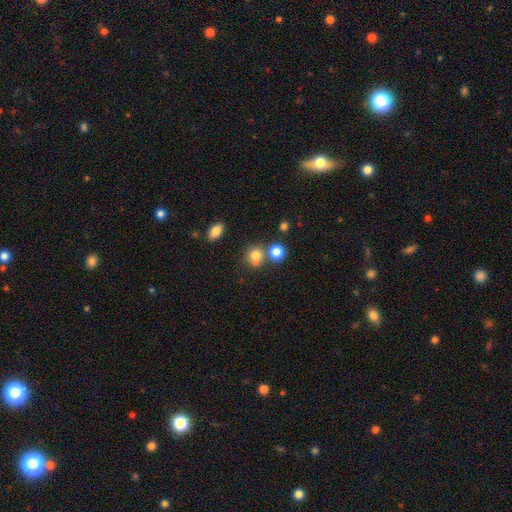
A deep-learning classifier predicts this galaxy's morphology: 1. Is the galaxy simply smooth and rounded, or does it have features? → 78% smooth, 13% star or artifact, 9% featured or disk.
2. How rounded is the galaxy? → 83% round, 16% in between, 1% cigar-shaped.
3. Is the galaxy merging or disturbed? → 56% none, 31% merger, 9% minor disturbance, 4% major disturbance.